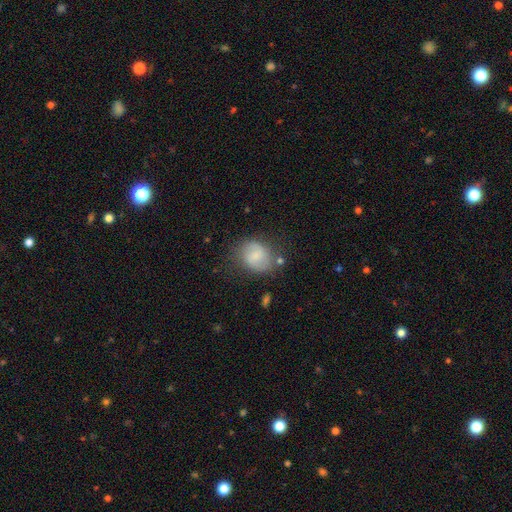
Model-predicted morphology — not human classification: Smooth or featured: smooth — 66% (featured or disk — 26%)
How rounded: in between — 51% (round — 47%)
Merging: none — 62% (minor disturbance — 23%)